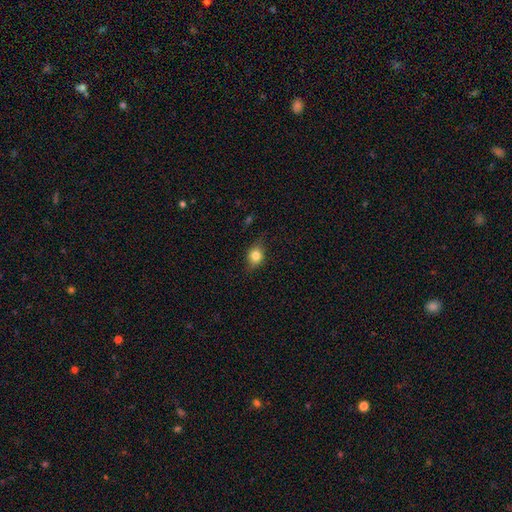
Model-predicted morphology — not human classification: smooth_or_featured: smooth (p=0.79) [alt: featured or disk p=0.11]
how_rounded: in between (p=0.50) [alt: round p=0.48]
merging: none (p=0.74) [alt: minor disturbance p=0.20]